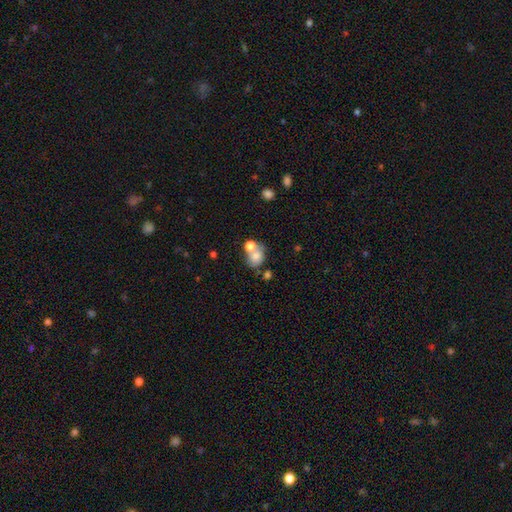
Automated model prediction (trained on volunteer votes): smooth 75%, featured or disk 14%, star or artifact 11%. Down the decision tree: how rounded — round (58%); merging — merger (42%).